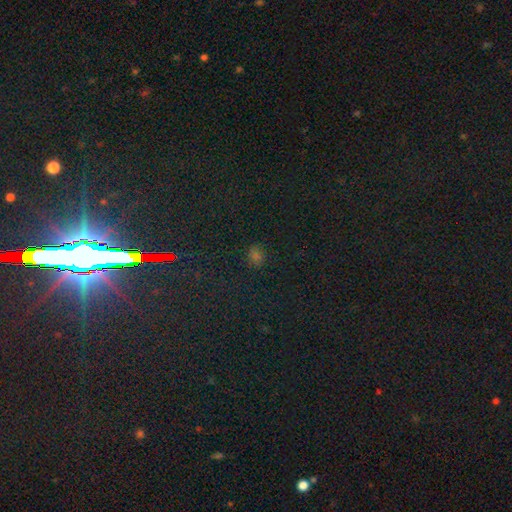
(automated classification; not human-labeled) Overall: smooth (55%; star or artifact 39%). How rounded: round (61%; in between 37%). Merging: none (84%).